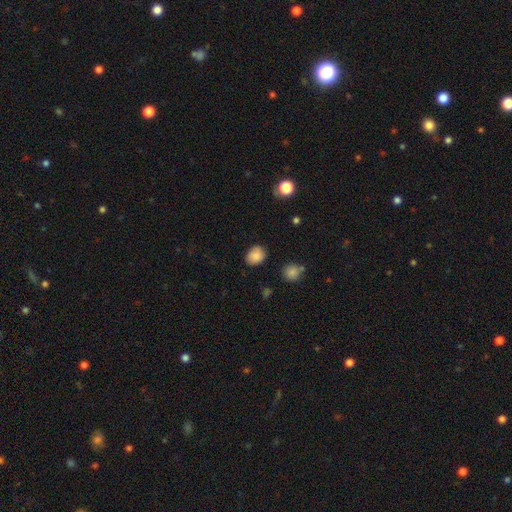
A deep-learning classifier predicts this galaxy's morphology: Smooth or featured?
  - smooth: 85% *
  - star or artifact: 9%
  - featured or disk: 7%
How rounded?
  - in between: 51% *
  - round: 48%
  - cigar-shaped: 1%
Merging?
  - none: 80% *
  - minor disturbance: 15%
  - major disturbance: 3%
  - merger: 2%